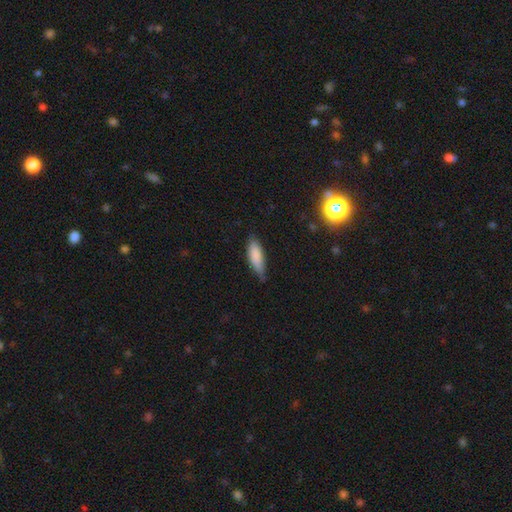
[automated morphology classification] smooth 83%, featured or disk 10%, star or artifact 6%. Down the decision tree: how rounded — in between (57%); merging — none (62%).